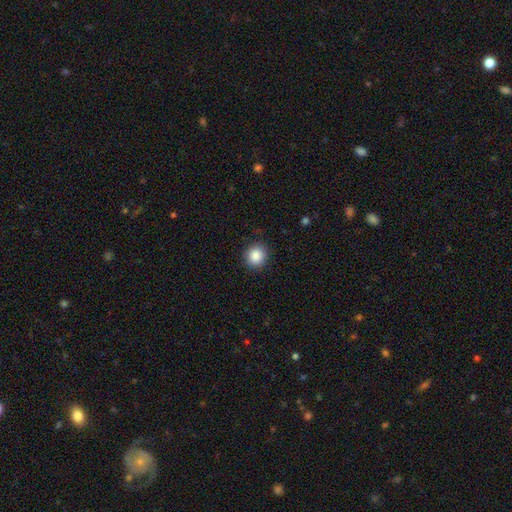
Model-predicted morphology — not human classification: The model was most divided on "how rounded": round: 86%, in between: 14%, cigar-shaped: 1%. More confident: merging — none (89%); smooth or featured — smooth (88%).